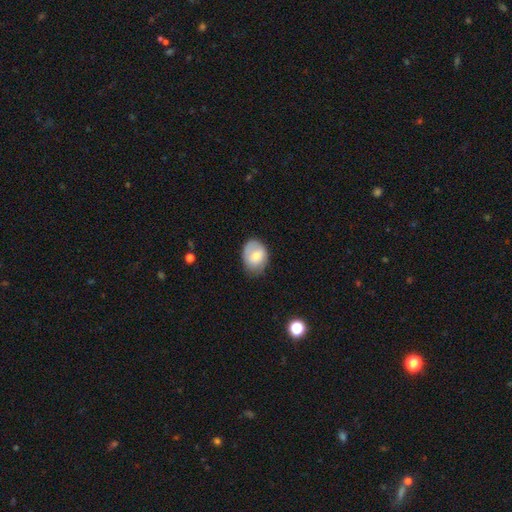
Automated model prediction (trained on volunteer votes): Smooth or featured? smooth (67%)
How rounded? in between (62%)
Merging? none (64%)